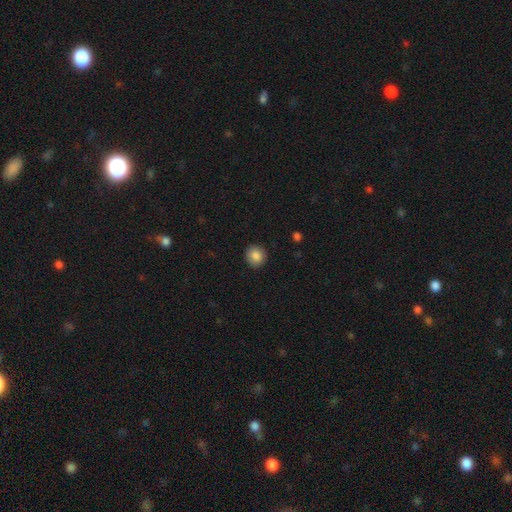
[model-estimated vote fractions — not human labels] Q: Smooth or featured?
A: smooth (86%); runner-up: star or artifact (9%)
Q: How rounded?
A: round (87%); runner-up: in between (12%)
Q: Merging?
A: none (90%); runner-up: minor disturbance (7%)